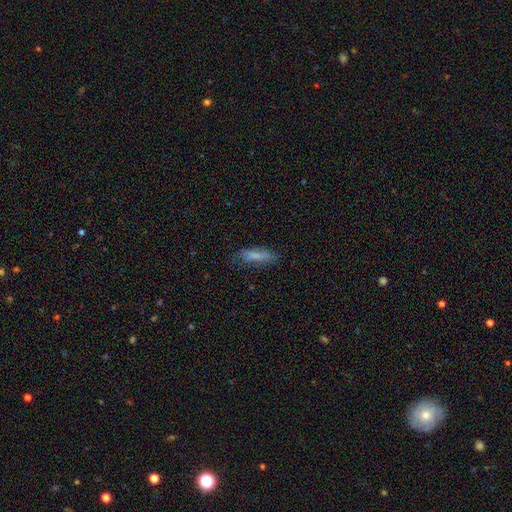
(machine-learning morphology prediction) This appears to be a smooth galaxy with no disk features (77%) that is cigar-shaped (65%). Merging: none (74%).